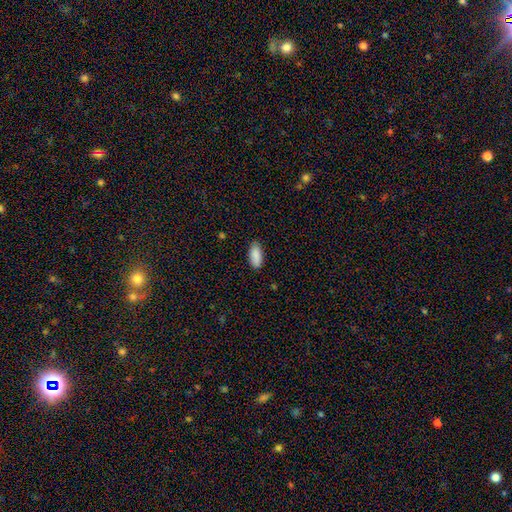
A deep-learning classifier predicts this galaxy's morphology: Overall: smooth (90%). How rounded: in between (88%). Merging: none (86%).